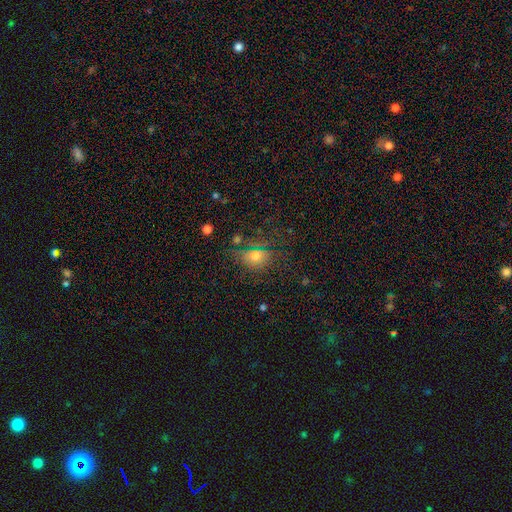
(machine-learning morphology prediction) The model was most divided on "how rounded": round: 56%, in between: 41%, cigar-shaped: 2%. More confident: merging — none (73%); smooth or featured — smooth (65%).